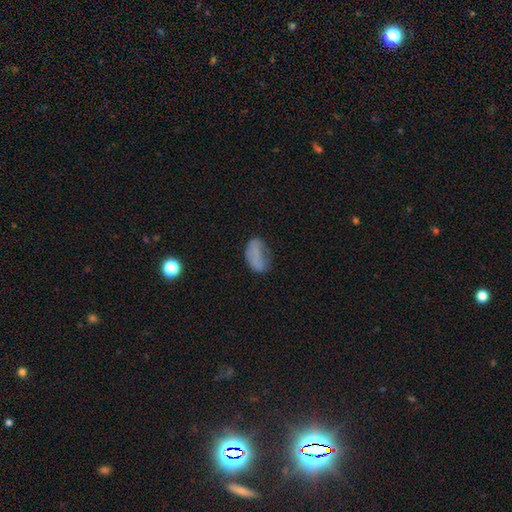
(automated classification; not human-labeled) Morphology: type=smooth (67%); roundness=in between (89%); merging=none (47%).